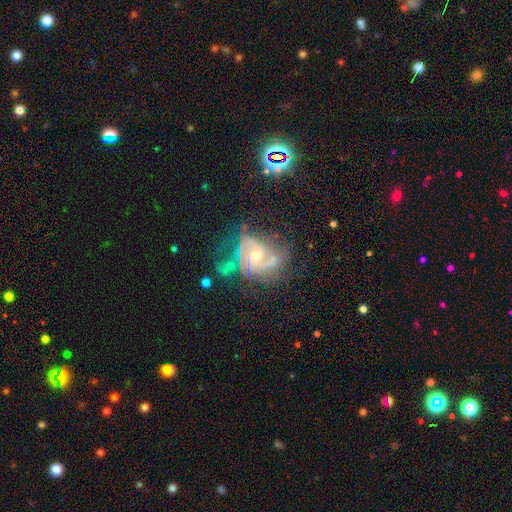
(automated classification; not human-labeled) This is clearly a featured or disk galaxy (82%). It is clearly not viewed edge-on (97%). Bar: likely no (69%). Spiral arm pattern: clearly yes (90%). Spiral arm count: marginally 2 (45%). Spiral winding: possibly tight (47%). Central bulge: possibly moderate (50%). Merging: marginally none (40%).